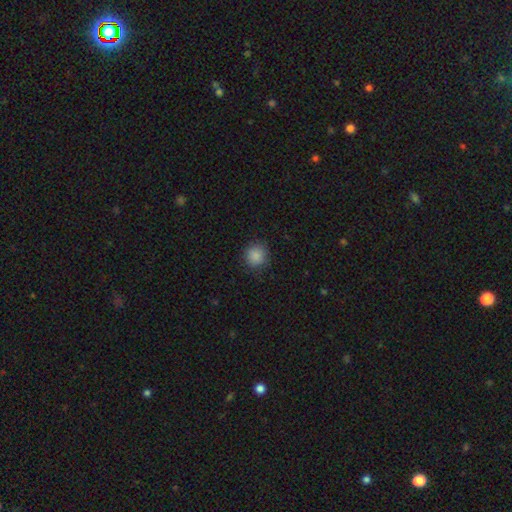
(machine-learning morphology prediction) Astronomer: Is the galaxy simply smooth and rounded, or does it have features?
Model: smooth — 87%.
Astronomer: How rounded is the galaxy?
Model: round — 91%.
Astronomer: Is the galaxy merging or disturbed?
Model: none — 87%.